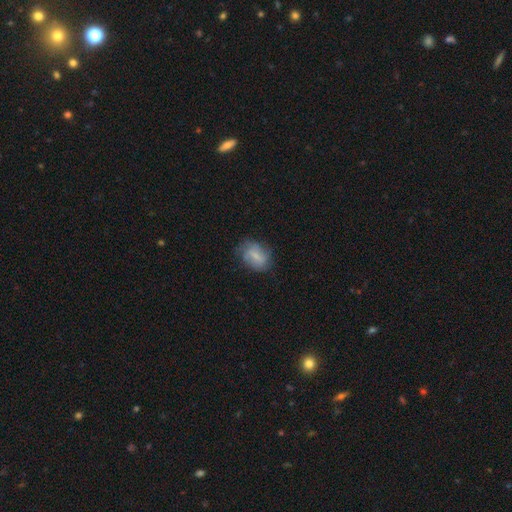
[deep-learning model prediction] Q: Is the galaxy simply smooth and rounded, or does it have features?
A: smooth — 51%.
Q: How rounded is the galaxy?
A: in between — 73%.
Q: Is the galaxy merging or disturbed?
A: none — 60%.